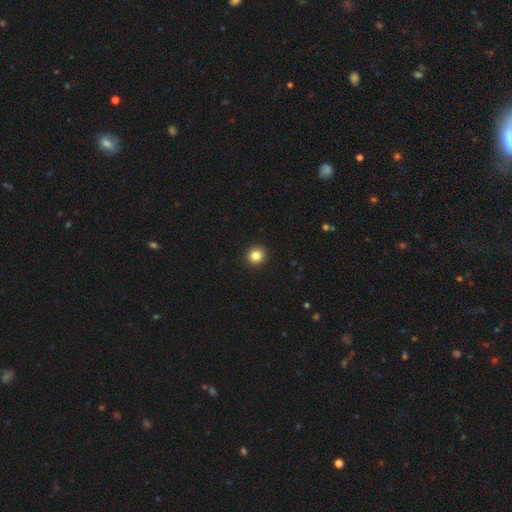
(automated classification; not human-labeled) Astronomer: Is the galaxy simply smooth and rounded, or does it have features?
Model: smooth — 84%.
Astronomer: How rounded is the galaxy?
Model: round — 94%.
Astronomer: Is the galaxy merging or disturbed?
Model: none — 94%.